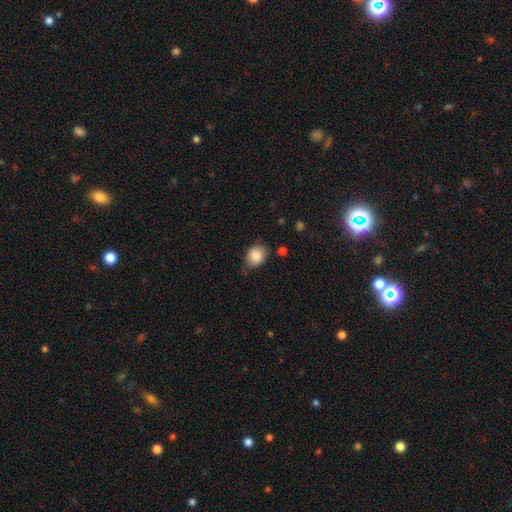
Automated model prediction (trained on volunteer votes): A smooth galaxy with no disk features (85%) that is in between round and cigar-shaped (51%).

Vote fractions:
- Smooth or featured? smooth: 85% / star or artifact: 8% / featured or disk: 7%
- How rounded? in between: 51% / round: 48% / cigar-shaped: 1%
- Merging? none: 68% / minor disturbance: 24% / major disturbance: 5% / merger: 3%